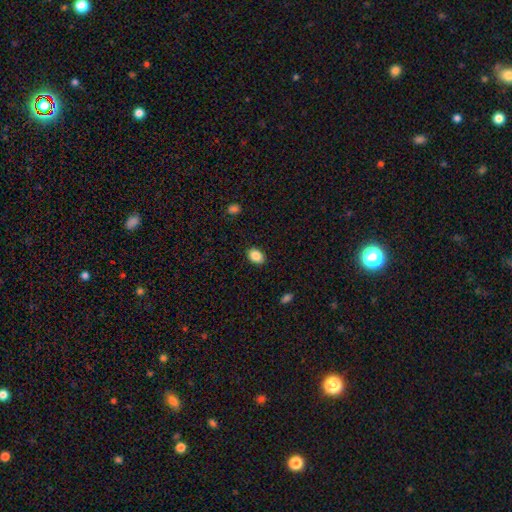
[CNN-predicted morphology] A smooth galaxy with no disk features (87%) that is in between round and cigar-shaped (80%). Merging: none (88%).